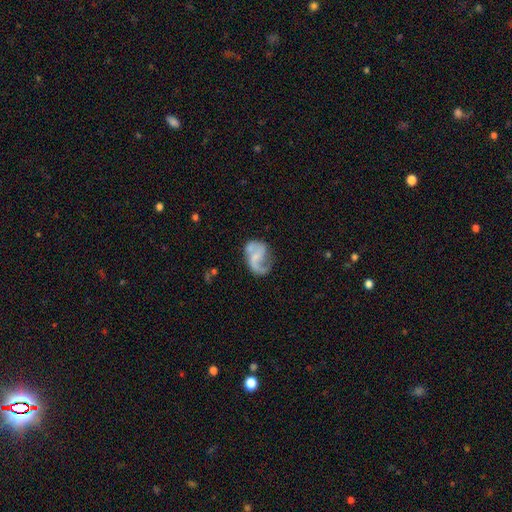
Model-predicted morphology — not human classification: smooth_or_featured: featured or disk (p=0.72) [alt: smooth p=0.21]
disk_edge_on: no (p=0.98) [alt: yes p=0.02]
bar: no (p=0.55) [alt: weak p=0.35]
has_spiral_arms: yes (p=0.84) [alt: no p=0.16]
spiral_winding: loose (p=0.57) [alt: medium p=0.34]
spiral_arm_count: 2 (p=0.66) [alt: 1 p=0.25]
bulge_size: none (p=0.41) [alt: small p=0.37]
merging: none (p=0.39) [alt: major disturbance p=0.29]